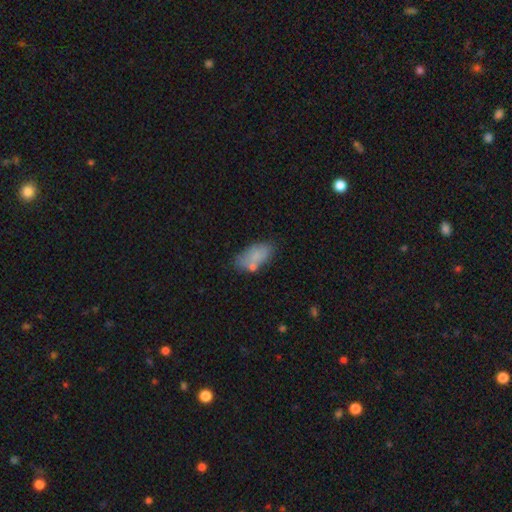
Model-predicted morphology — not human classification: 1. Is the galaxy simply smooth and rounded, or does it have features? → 75% smooth, 16% featured or disk, 9% star or artifact.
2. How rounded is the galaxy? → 91% in between, 5% cigar-shaped, 3% round.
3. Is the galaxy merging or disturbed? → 59% none, 22% minor disturbance, 11% merger, 8% major disturbance.